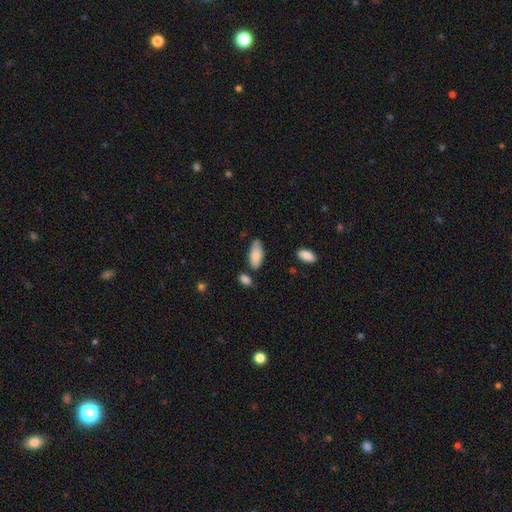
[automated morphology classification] Smooth or featured?
  - smooth: 84% *
  - featured or disk: 10%
  - star or artifact: 6%
How rounded?
  - in between: 88% *
  - cigar-shaped: 10%
  - round: 2%
Merging?
  - none: 64% *
  - minor disturbance: 24%
  - merger: 7%
  - major disturbance: 5%